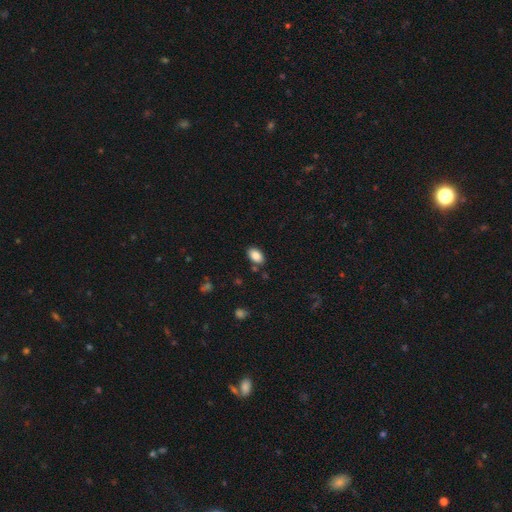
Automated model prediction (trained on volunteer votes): Overall: smooth (87%). How rounded: in between (90%). Merging: none (83%).